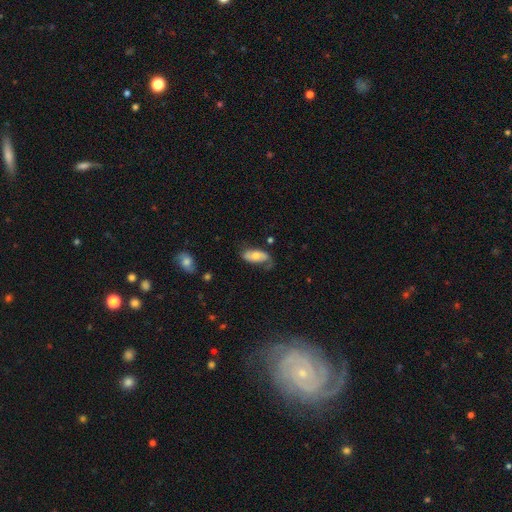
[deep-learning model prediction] smooth-or-featured: smooth: 50% | featured or disk: 43% | star or artifact: 7%
  how-rounded: in between: 87% | cigar-shaped: 10% | round: 3%
  merging: none: 49% | minor disturbance: 30% | major disturbance: 18% | merger: 3%